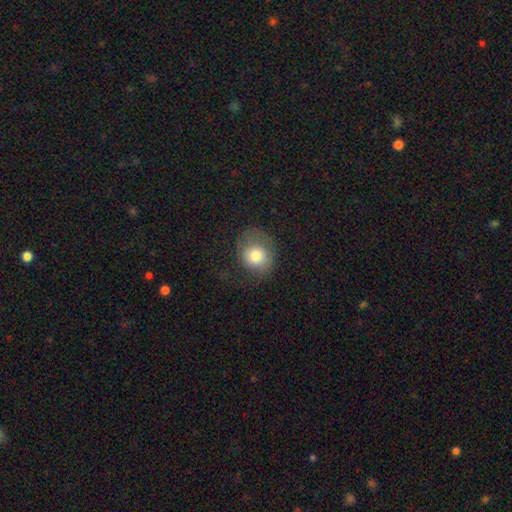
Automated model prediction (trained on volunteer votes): Smooth or featured?
  - smooth: 74% *
  - featured or disk: 17%
  - star or artifact: 8%
How rounded?
  - round: 69% *
  - in between: 30%
  - cigar-shaped: 1%
Merging?
  - none: 49% *
  - minor disturbance: 25%
  - major disturbance: 24%
  - merger: 1%